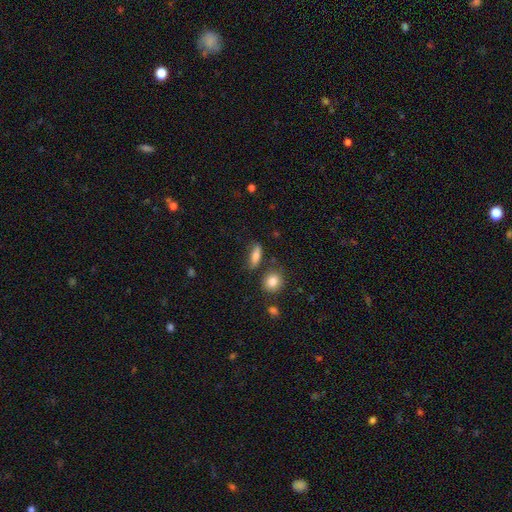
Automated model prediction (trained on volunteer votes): Smooth or featured? smooth (79%)
How rounded? in between (52%)
Merging? none (69%)